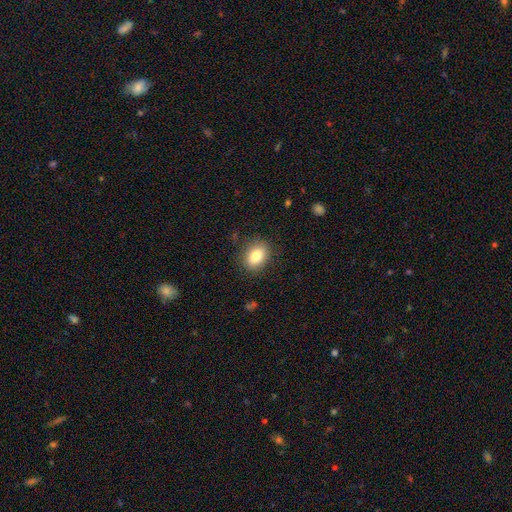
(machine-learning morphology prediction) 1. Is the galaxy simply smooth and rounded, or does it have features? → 82% smooth, 9% featured or disk, 9% star or artifact.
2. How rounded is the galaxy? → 69% in between, 29% round, 1% cigar-shaped.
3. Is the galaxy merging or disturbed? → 86% none, 10% minor disturbance, 3% major disturbance, 1% merger.